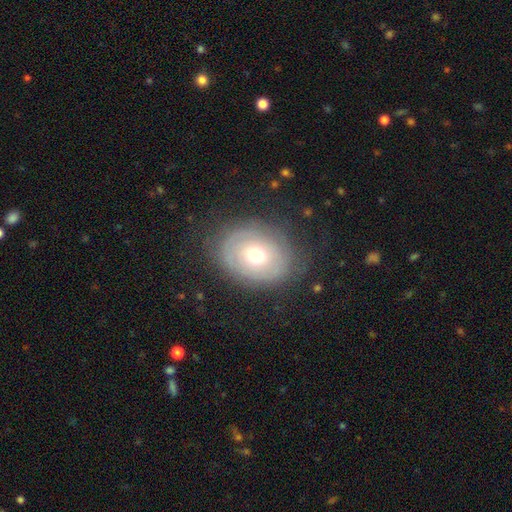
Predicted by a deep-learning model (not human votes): This is possibly a smooth galaxy (46%). Merging: likely none (76%).